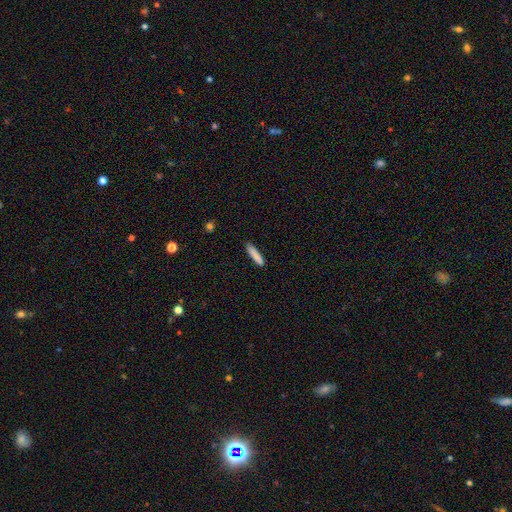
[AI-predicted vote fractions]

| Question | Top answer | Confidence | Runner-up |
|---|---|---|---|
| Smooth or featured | smooth | 85% | featured or disk (8%) |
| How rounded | cigar-shaped | 88% | in between (10%) |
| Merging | none | 86% | minor disturbance (10%) |